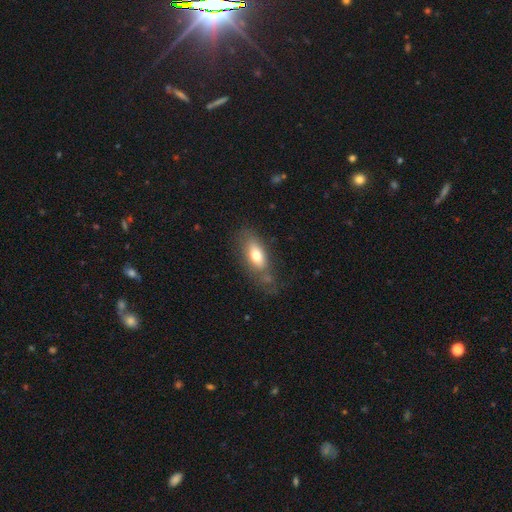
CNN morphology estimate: smooth 70%, featured or disk 22%, star or artifact 8%. Down the decision tree: how rounded — in between (81%); merging — none (58%).